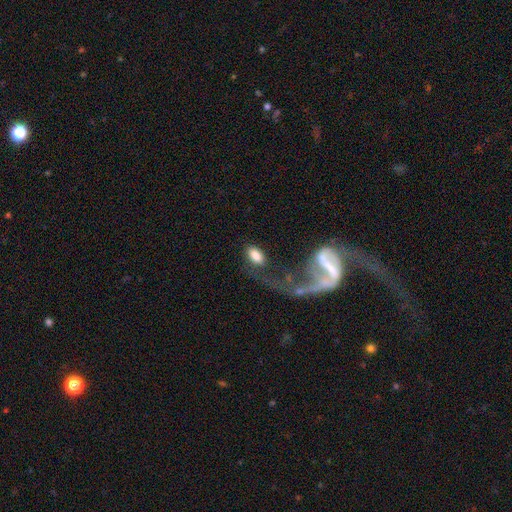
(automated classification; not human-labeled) Smooth or featured? smooth (78%)
How rounded? in between (93%)
Merging? none (47%)